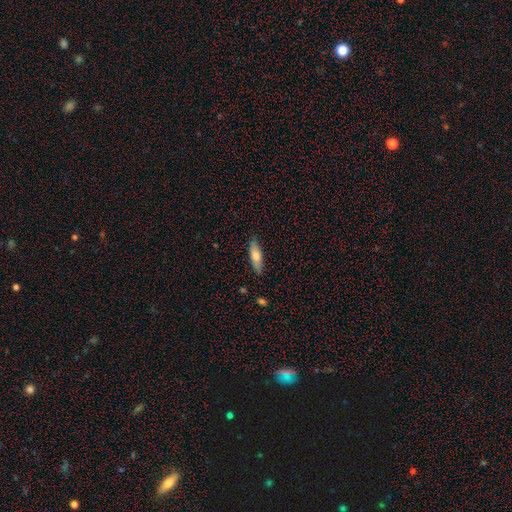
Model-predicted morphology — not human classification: Smooth or featured: smooth — 67% (featured or disk — 27%)
How rounded: cigar-shaped — 52% (in between — 46%)
Merging: none — 85% (minor disturbance — 11%)